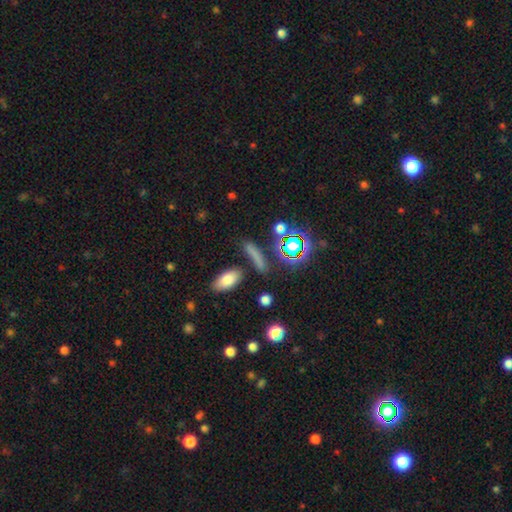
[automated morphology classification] This appears to be a smooth galaxy with no disk features (66%) that is cigar-shaped (57%). Merging: none (75%).